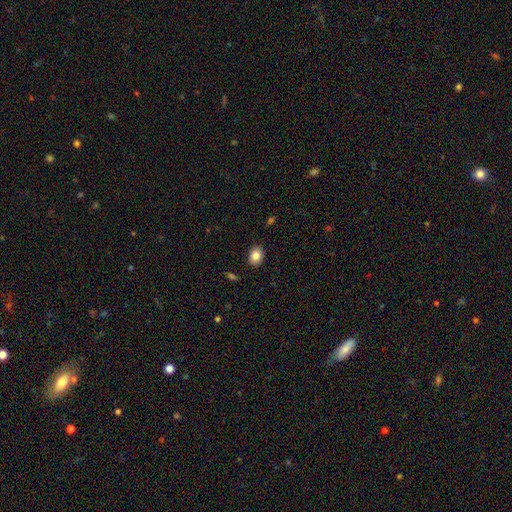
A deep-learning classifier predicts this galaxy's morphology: A smooth galaxy with no disk features (84%) that is in between round and cigar-shaped (63%). Merging: none (89%).